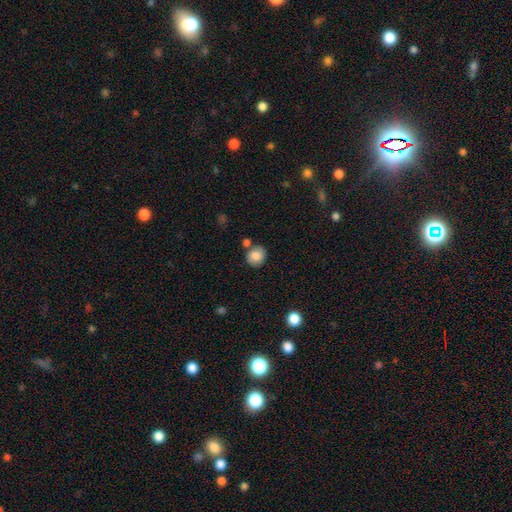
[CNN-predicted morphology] smooth_or_featured: smooth (p=0.82) [alt: featured or disk p=0.09]
how_rounded: round (p=0.80) [alt: in between p=0.19]
merging: none (p=0.72) [alt: minor disturbance p=0.13]